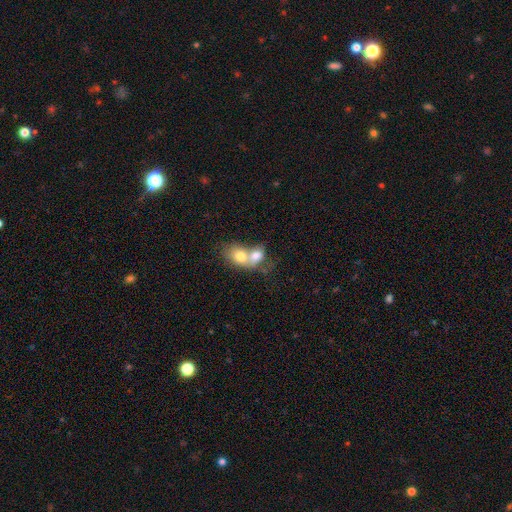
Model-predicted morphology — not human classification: A smooth galaxy with no disk features (72%) that is in between round and cigar-shaped (62%). Merging: merger (77%).